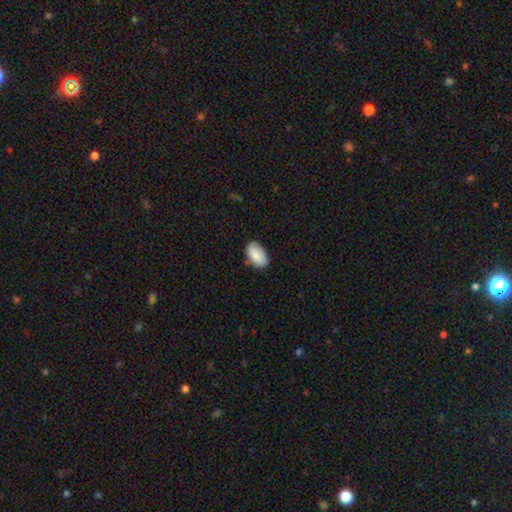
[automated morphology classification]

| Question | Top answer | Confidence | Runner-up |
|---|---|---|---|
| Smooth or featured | smooth | 84% | featured or disk (9%) |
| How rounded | in between | 94% | round (4%) |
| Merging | none | 74% | minor disturbance (21%) |